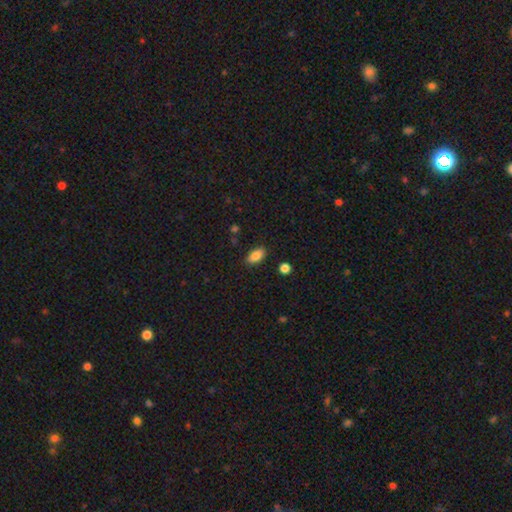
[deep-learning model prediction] Smooth or featured: smooth — 84% (star or artifact — 8%)
How rounded: in between — 91% (cigar-shaped — 5%)
Merging: none — 87% (minor disturbance — 10%)